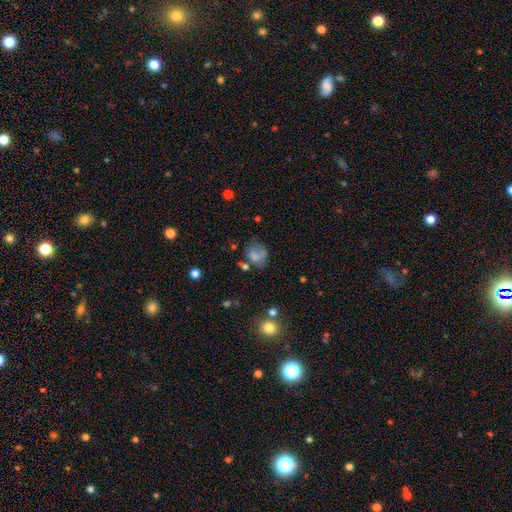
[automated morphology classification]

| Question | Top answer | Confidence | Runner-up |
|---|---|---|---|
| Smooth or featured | smooth | 69% | featured or disk (18%) |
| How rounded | in between | 54% | round (45%) |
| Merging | none | 39% | minor disturbance (26%) |